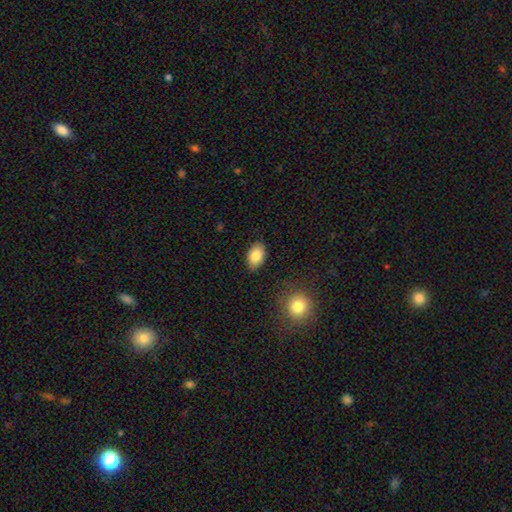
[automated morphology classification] A smooth galaxy with no disk features (85%) that is in between round and cigar-shaped (90%).

Vote fractions:
- Smooth or featured? smooth: 85% / featured or disk: 8% / star or artifact: 7%
- How rounded? in between: 90% / round: 8% / cigar-shaped: 1%
- Merging? none: 86% / minor disturbance: 10% / major disturbance: 2% / merger: 1%